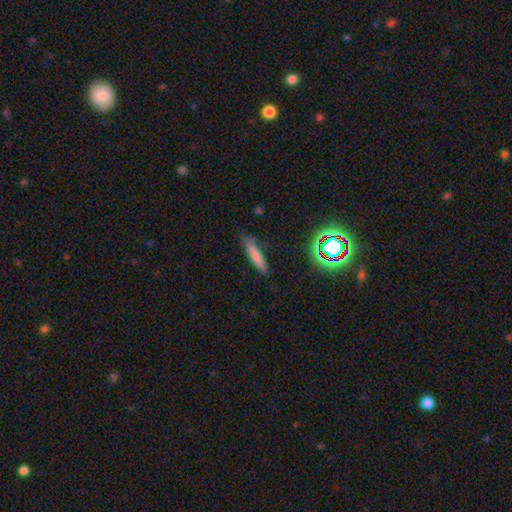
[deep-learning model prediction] smooth_or_featured: smooth (p=0.75) [alt: featured or disk p=0.15]
how_rounded: cigar-shaped (p=0.84) [alt: in between p=0.14]
merging: none (p=0.82) [alt: minor disturbance p=0.13]